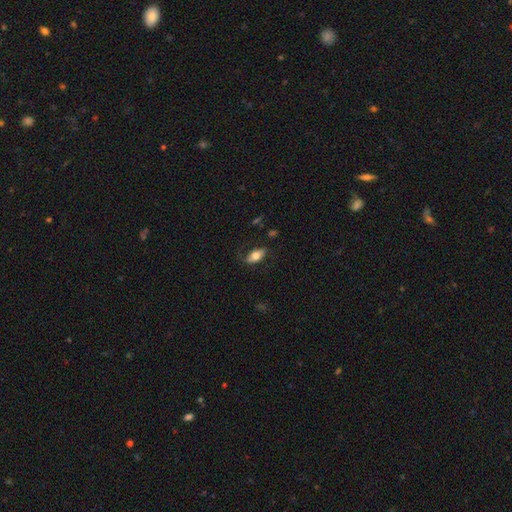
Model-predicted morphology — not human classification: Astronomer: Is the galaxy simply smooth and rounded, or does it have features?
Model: smooth — 63%.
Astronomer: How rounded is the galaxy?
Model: in between — 87%.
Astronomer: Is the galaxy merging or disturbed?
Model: none — 65%.